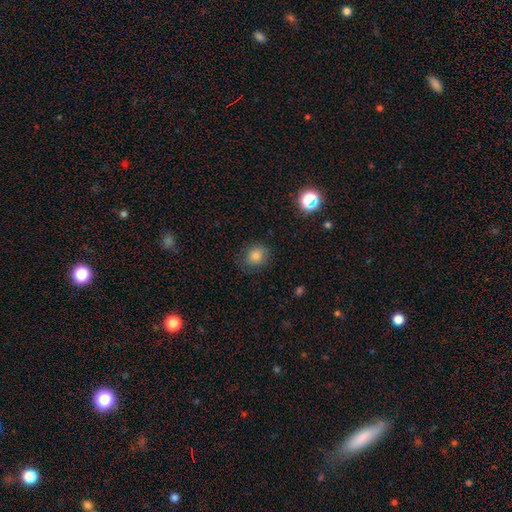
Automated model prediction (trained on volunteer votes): Smooth or featured? Predicted: smooth (p=0.81). How rounded? Predicted: round (p=0.73). Merging? Predicted: none (p=0.80).